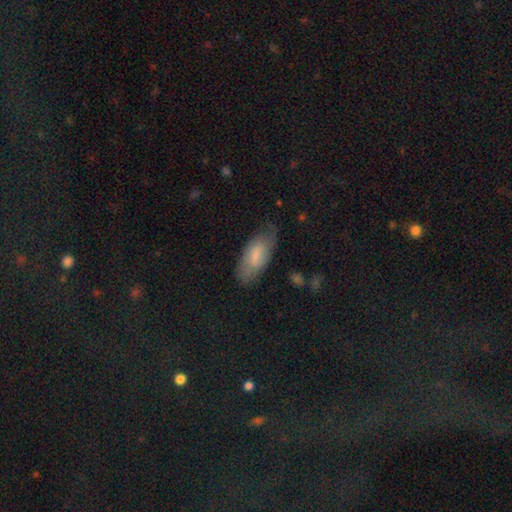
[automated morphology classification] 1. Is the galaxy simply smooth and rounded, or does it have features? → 67% smooth, 27% featured or disk, 6% star or artifact.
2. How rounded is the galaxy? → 84% in between, 13% cigar-shaped, 2% round.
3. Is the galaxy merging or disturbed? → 71% none, 22% minor disturbance, 6% major disturbance, 2% merger.